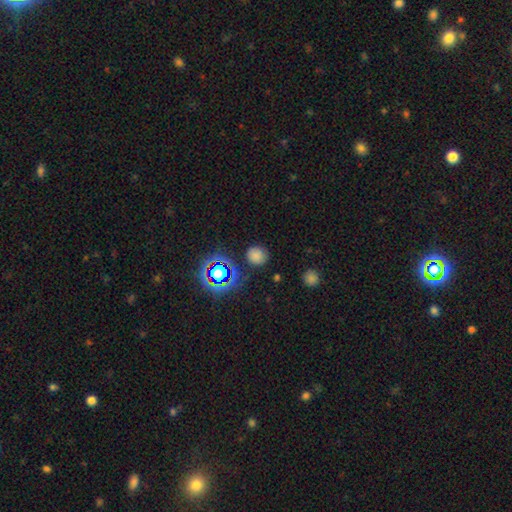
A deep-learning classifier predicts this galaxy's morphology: This appears to be a smooth galaxy with no disk features (72%) that is round (84%). Merging: none (81%).